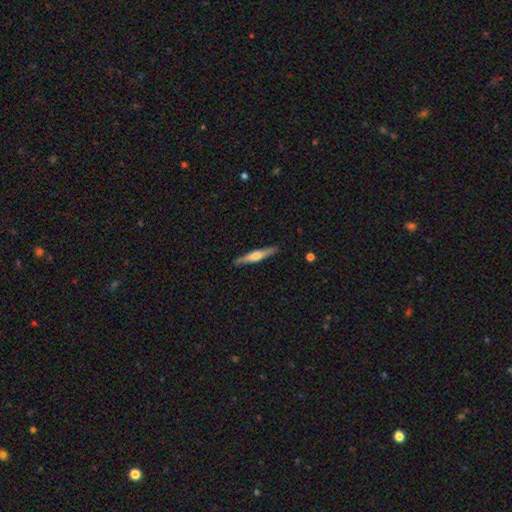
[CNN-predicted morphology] Q: Smooth or featured?
A: featured or disk (59%); runner-up: smooth (36%)
Q: Edge-on disk?
A: yes (97%); runner-up: no (3%)
Q: Edge-on bulge?
A: rounded (75%); runner-up: boxy (17%)
Q: Merging?
A: none (89%); runner-up: minor disturbance (8%)